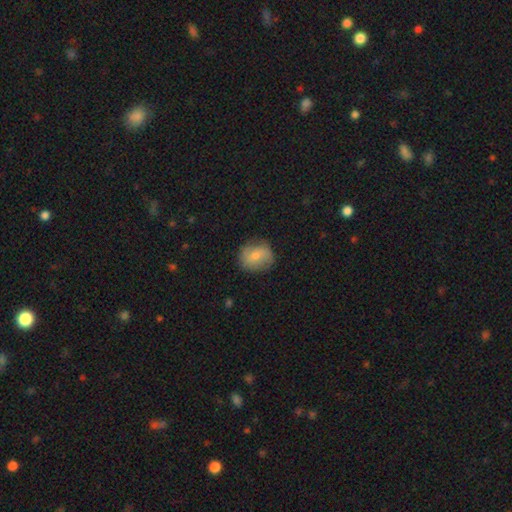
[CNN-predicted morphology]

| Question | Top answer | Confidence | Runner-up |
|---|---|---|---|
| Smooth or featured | smooth | 69% | featured or disk (24%) |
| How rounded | round | 67% | in between (32%) |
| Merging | none | 75% | minor disturbance (19%) |